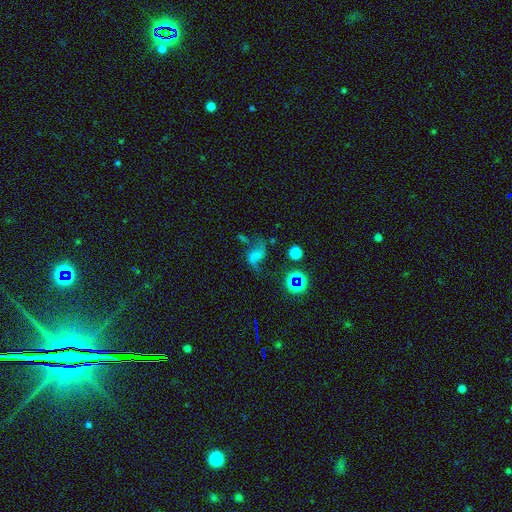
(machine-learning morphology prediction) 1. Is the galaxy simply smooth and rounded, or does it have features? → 53% featured or disk, 25% smooth, 22% star or artifact.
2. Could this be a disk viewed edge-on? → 97% no, 3% yes.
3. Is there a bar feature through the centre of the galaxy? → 63% no, 27% weak, 11% strong.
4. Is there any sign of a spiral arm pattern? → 79% yes, 21% no.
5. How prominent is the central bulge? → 60% none, 20% small, 12% moderate, 5% large, 3% dominant.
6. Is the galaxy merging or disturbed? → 44% none, 27% major disturbance, 19% minor disturbance, 10% merger.